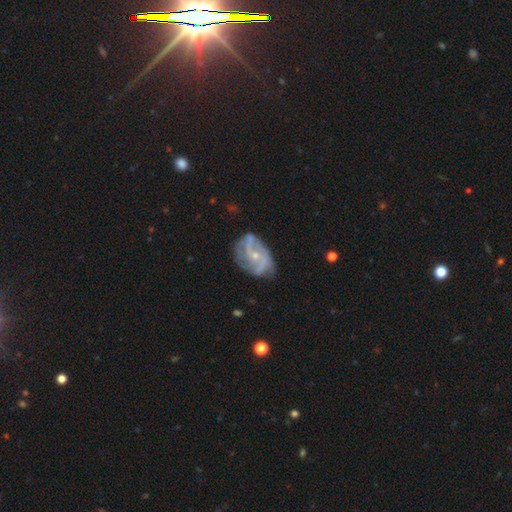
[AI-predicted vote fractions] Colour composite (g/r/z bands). It shows a featured or disk galaxy (82%) with no bar (52%), 2 (49%) medium (45%) spiral arms (91%) and a small central bulge (68%). Merging: none (61%).